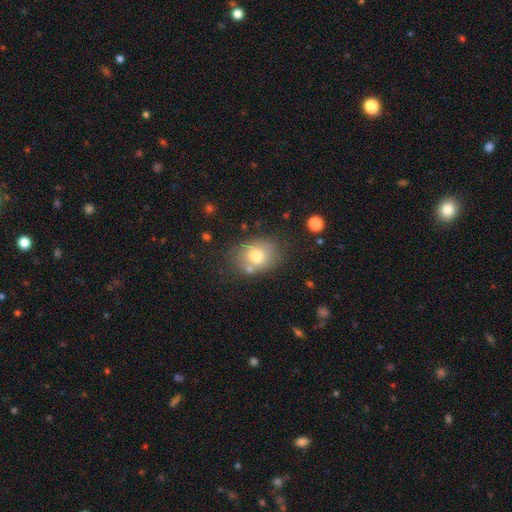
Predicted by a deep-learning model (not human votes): A smooth galaxy with no disk features (74%) that is in between round and cigar-shaped (58%). Merging: none (68%).